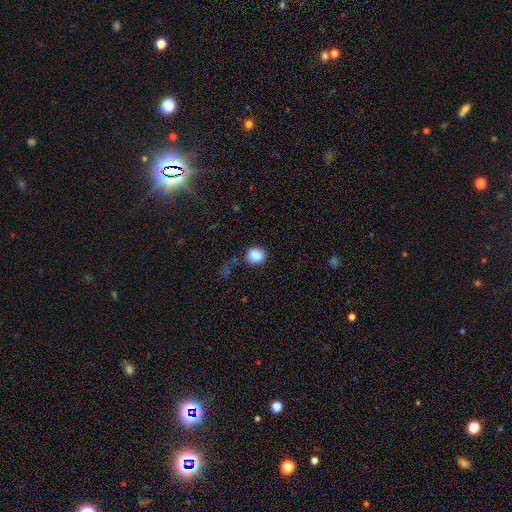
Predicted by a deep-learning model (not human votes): Smooth or featured: smooth — 86% (star or artifact — 10%)
How rounded: round — 84% (in between — 15%)
Merging: none — 81% (minor disturbance — 12%)